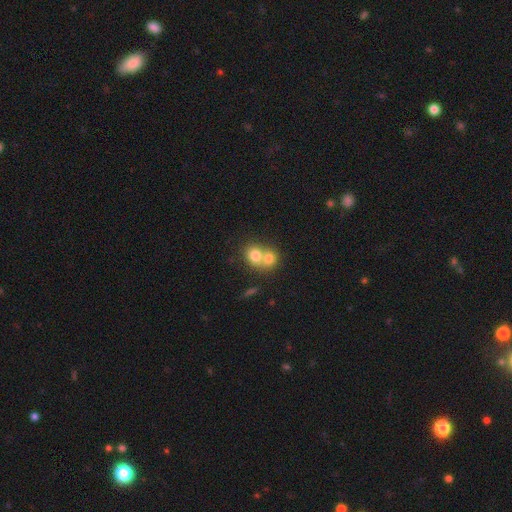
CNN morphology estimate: Smooth or featured: smooth — 75% (featured or disk — 16%)
How rounded: round — 67% (in between — 32%)
Merging: merger — 66% (none — 26%)